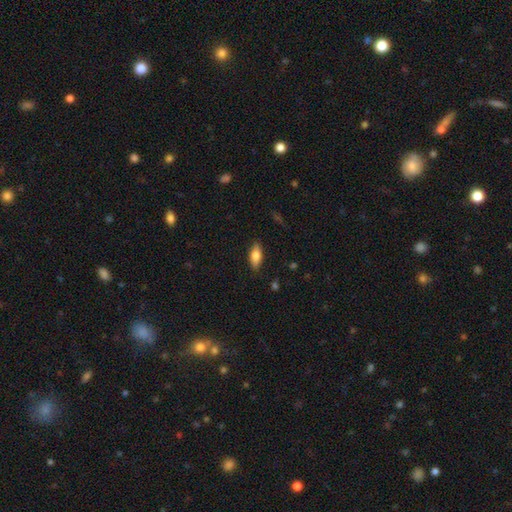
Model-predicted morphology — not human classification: This appears to be a smooth galaxy with no disk features (78%) that is in between round and cigar-shaped (81%). Merging: none (87%).